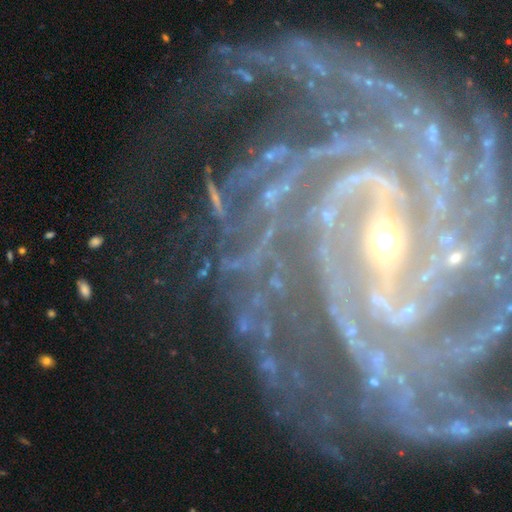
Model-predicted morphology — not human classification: Smooth or featured?
  - featured or disk: 88% *
  - star or artifact: 8%
  - smooth: 4%
Edge-on disk?
  - no: 97% *
  - yes: 3%
Bar?
  - strong: 59% *
  - weak: 25%
  - no: 16%
Spiral arms?
  - yes: 98% *
  - no: 2%
Spiral winding?
  - tight: 65% *
  - medium: 28%
  - loose: 7%
Spiral arm count?
  - more than 4: 21% *
  - 4: 19%
  - can't tell: 16%
  - 3: 16%
  - 2: 16%
  - 1: 11%
Bulge size?
  - small: 68% *
  - moderate: 27%
  - large: 2%
  - none: 1%
  - dominant: 1%
Merging?
  - none: 68% *
  - minor disturbance: 16%
  - major disturbance: 13%
  - merger: 3%